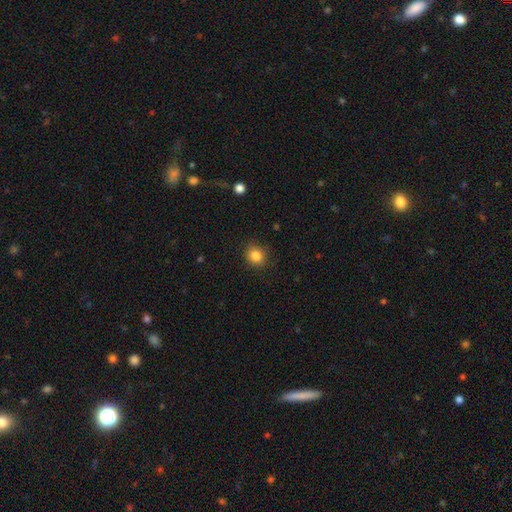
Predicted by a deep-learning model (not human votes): A smooth galaxy with no disk features (85%) that is round (74%). Merging: none (85%).